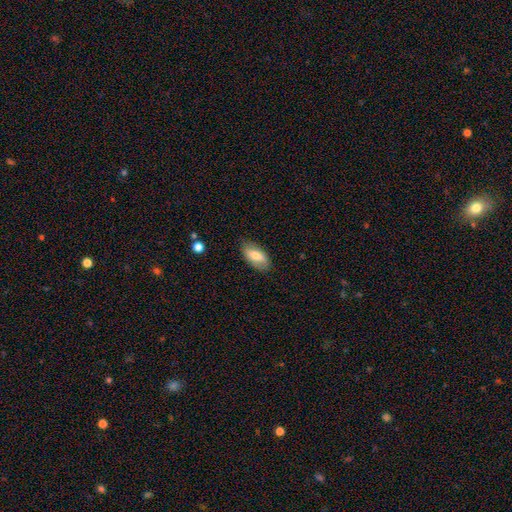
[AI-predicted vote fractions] Smooth or featured? smooth (69%)
How rounded? in between (91%)
Merging? none (82%)